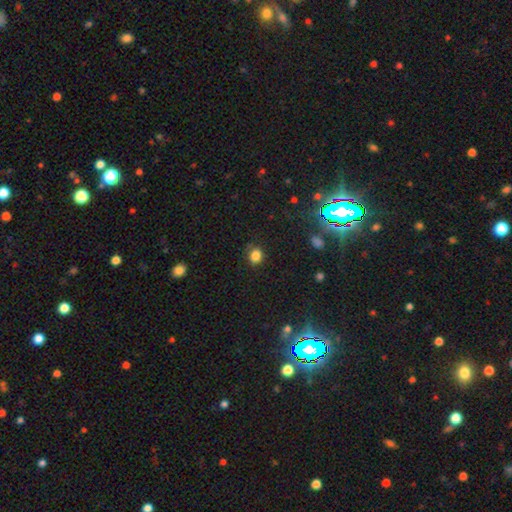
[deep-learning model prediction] Smooth or featured?
  - smooth: 83% *
  - star or artifact: 12%
  - featured or disk: 5%
How rounded?
  - round: 68% *
  - in between: 31%
  - cigar-shaped: 1%
Merging?
  - none: 82% *
  - minor disturbance: 13%
  - major disturbance: 3%
  - merger: 2%